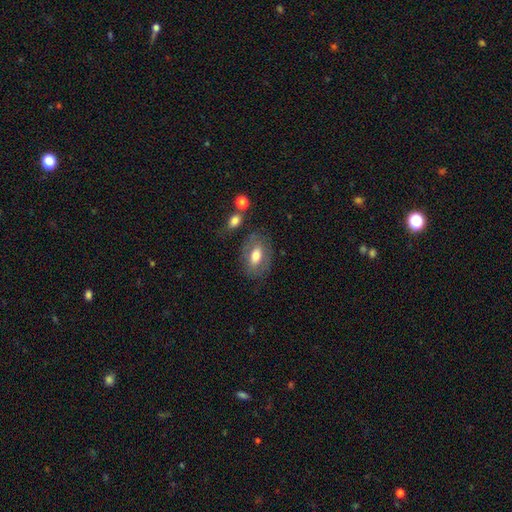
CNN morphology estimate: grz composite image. It shows a smooth galaxy with no disk features (61%) that is in between round and cigar-shaped (87%). Merging: none (73%).